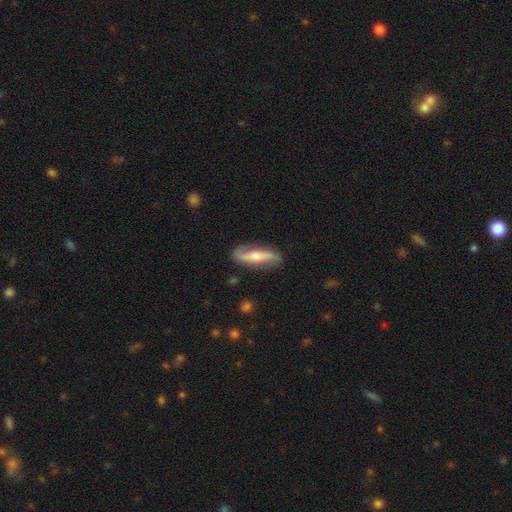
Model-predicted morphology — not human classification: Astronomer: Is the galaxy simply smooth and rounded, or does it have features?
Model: featured or disk — 74%.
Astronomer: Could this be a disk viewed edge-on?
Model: no — 68%.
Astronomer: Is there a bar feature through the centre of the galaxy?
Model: strong — 43% (runner-up: no, 32%).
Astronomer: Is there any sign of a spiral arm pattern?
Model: yes — 88%.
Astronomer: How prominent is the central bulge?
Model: moderate — 58%.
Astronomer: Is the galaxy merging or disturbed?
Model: none — 81%.